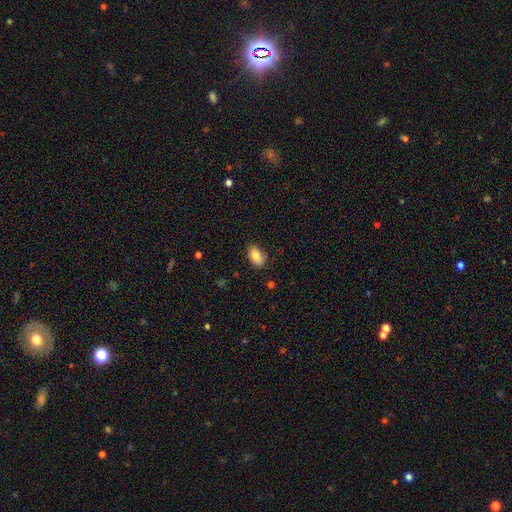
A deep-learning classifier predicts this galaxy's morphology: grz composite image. It shows a smooth galaxy with no disk features (84%) that is in between round and cigar-shaped (92%). Merging: none (82%).